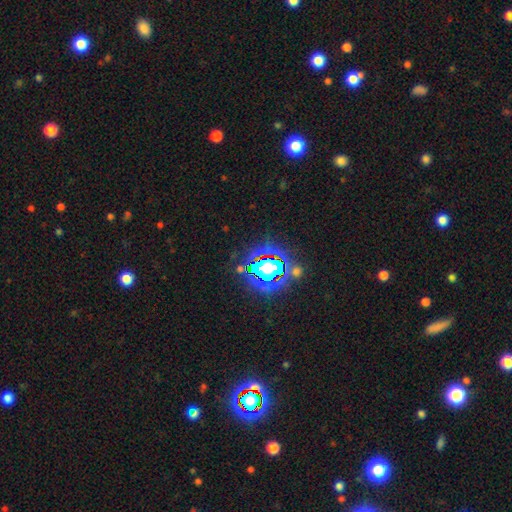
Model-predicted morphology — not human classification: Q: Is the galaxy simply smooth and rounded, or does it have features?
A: star or artifact — 80%.